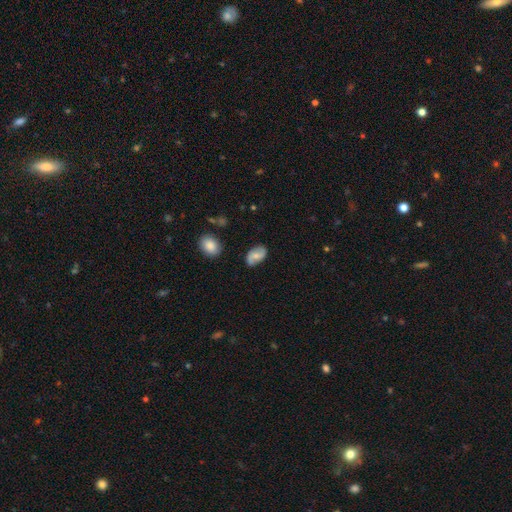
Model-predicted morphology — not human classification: A featured or disk galaxy (49%). Merging: none (77%).